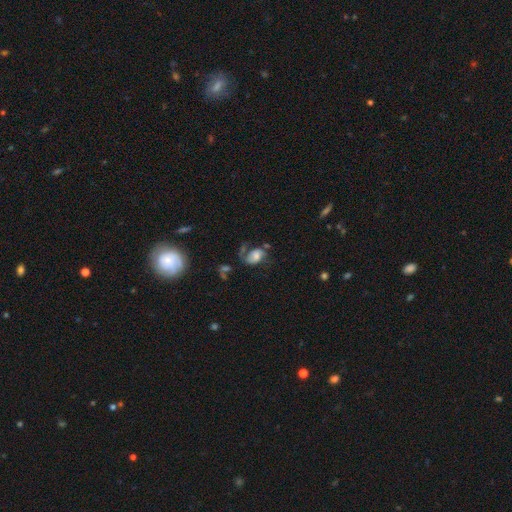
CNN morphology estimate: featured or disk 55%, smooth 33%, star or artifact 11%. Down the decision tree: edge-on disk — no (97%); bar — no (62%); spiral arms — yes (81%); bulge size — moderate (37%); merging — none (37%).